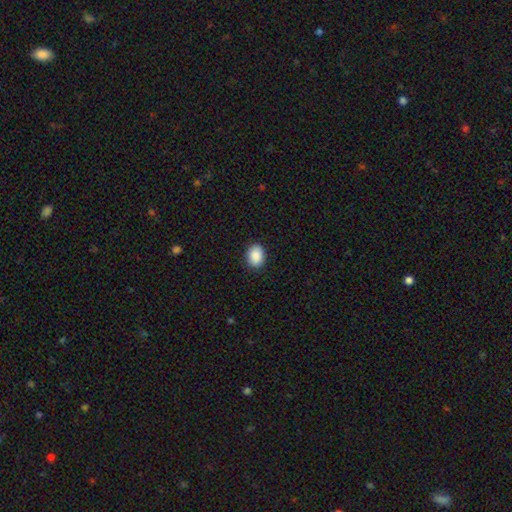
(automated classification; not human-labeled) Smooth or featured? smooth (90%)
How rounded? in between (68%)
Merging? none (89%)